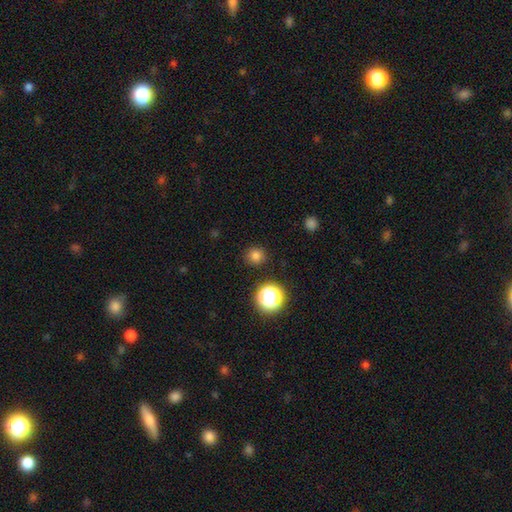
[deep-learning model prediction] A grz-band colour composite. It shows a smooth galaxy with no disk features (78%) that is round (93%). Merging: none (89%).